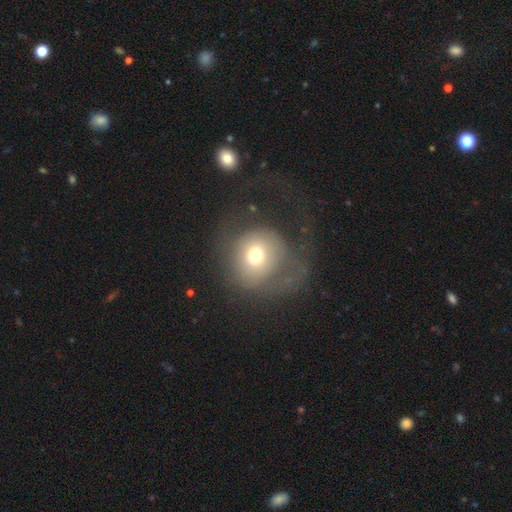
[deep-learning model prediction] Smooth or featured? smooth (65%)
How rounded? round (87%)
Merging? none (42%)